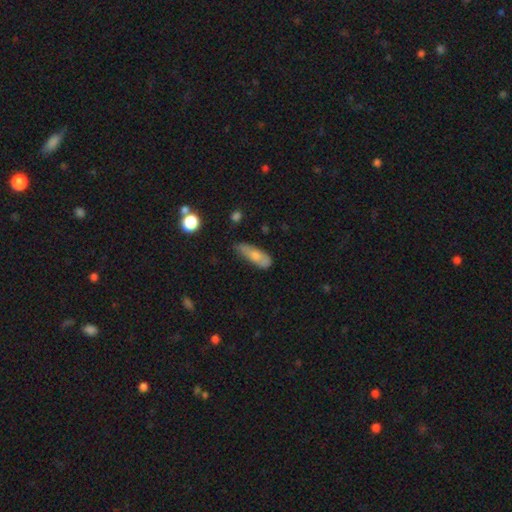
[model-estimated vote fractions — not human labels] Morphology: type=smooth (66%); roundness=in between (61%); merging=none (50%).